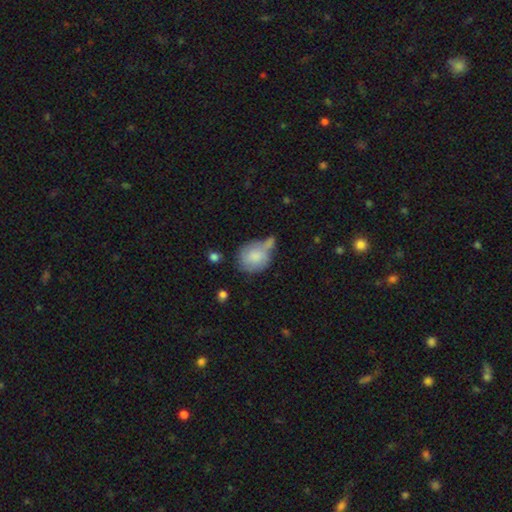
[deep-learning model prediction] A smooth galaxy with no disk features (74%) that is round (64%). Merging: none (34%).